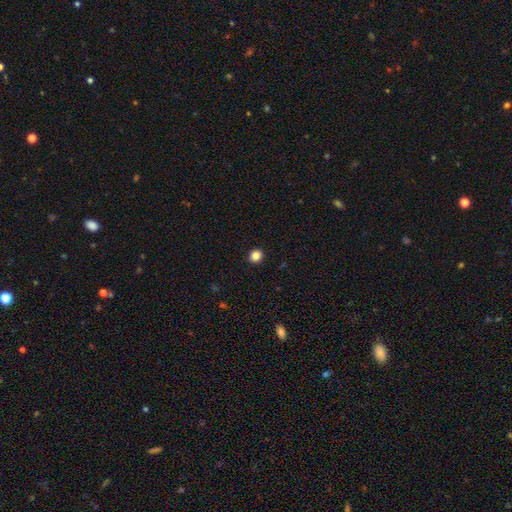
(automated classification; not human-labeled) smooth-or-featured: smooth: 85% | star or artifact: 12% | featured or disk: 4%
  how-rounded: round: 92% | in between: 8% | cigar-shaped: 1%
  merging: none: 93% | minor disturbance: 4% | major disturbance: 1% | merger: 1%